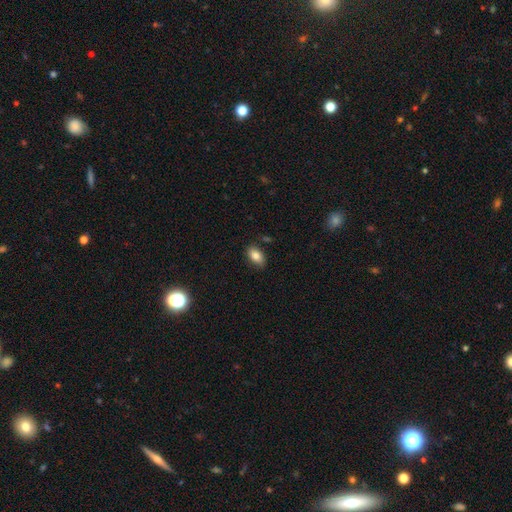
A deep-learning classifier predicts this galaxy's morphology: Smooth or featured? smooth (83%)
How rounded? in between (91%)
Merging? none (85%)